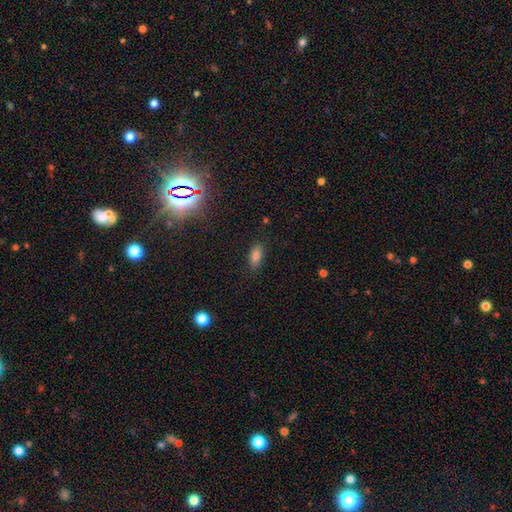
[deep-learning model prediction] Smooth or featured?
  - smooth: 78% *
  - star or artifact: 15%
  - featured or disk: 7%
How rounded?
  - in between: 85% *
  - cigar-shaped: 12%
  - round: 4%
Merging?
  - none: 85% *
  - minor disturbance: 11%
  - major disturbance: 3%
  - merger: 1%